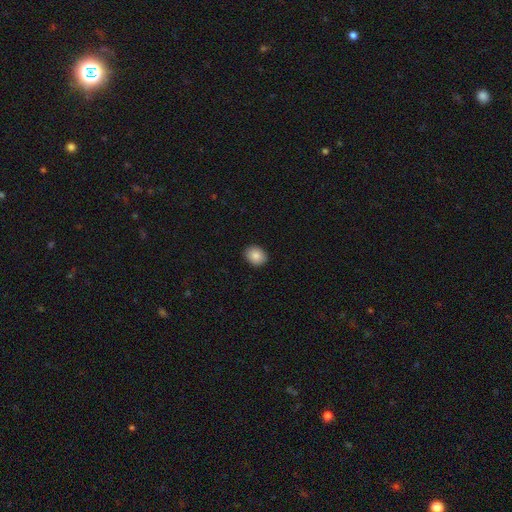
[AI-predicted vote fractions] Q: Smooth or featured?
A: smooth (85%); runner-up: star or artifact (8%)
Q: How rounded?
A: round (51%); runner-up: in between (48%)
Q: Merging?
A: none (90%); runner-up: minor disturbance (7%)